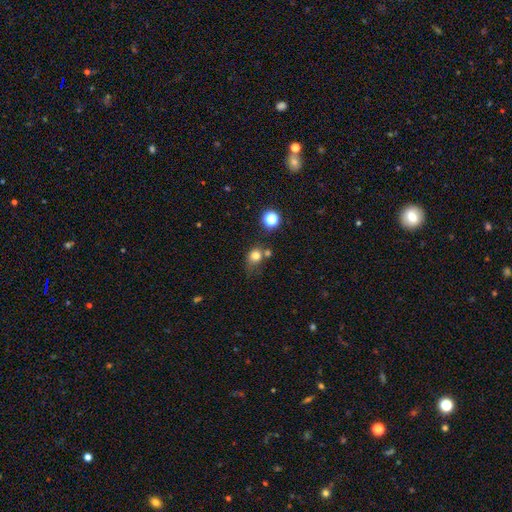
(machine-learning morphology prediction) A smooth galaxy with no disk features (77%) that is round (65%).

Vote fractions:
- Smooth or featured? smooth: 77% / star or artifact: 14% / featured or disk: 9%
- How rounded? round: 65% / in between: 34% / cigar-shaped: 1%
- Merging? none: 46% / minor disturbance: 22% / merger: 21% / major disturbance: 11%